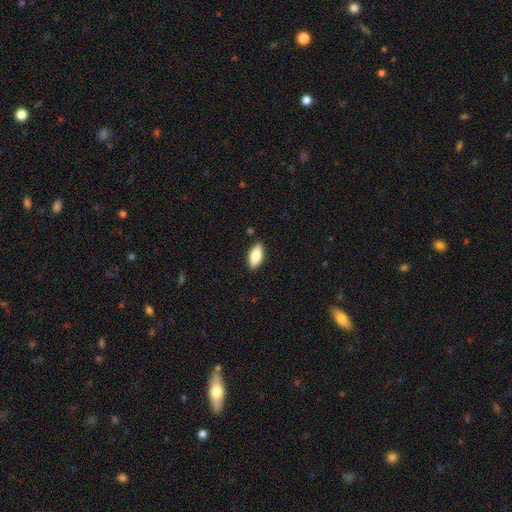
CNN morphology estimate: smooth 79%, featured or disk 15%, star or artifact 6%. Down the decision tree: how rounded — in between (86%); merging — none (88%).